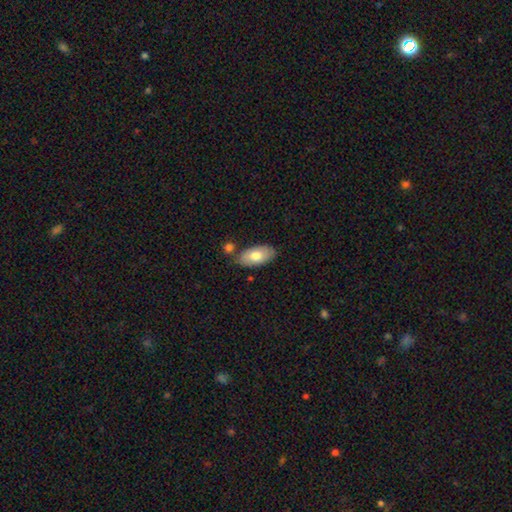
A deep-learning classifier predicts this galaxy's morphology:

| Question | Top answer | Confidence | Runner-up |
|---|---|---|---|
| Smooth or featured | smooth | 71% | featured or disk (23%) |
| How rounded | in between | 93% | round (3%) |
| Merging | none | 74% | minor disturbance (14%) |